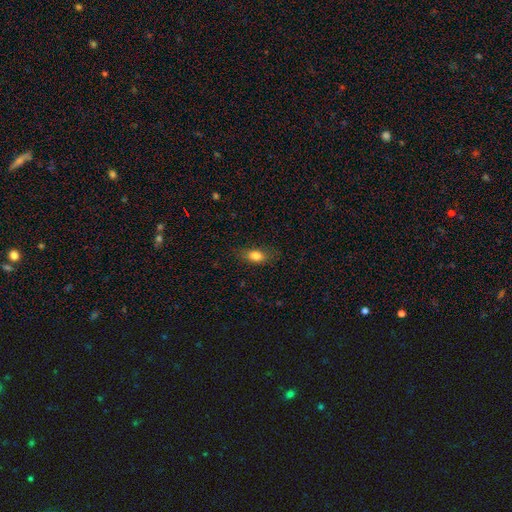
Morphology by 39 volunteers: smooth_or_featured: smooth (p=0.90) [alt: featured or disk p=0.10]
how_rounded: in between (p=0.91) [alt: round p=0.06]
merging: none (p=0.77) [alt: minor disturbance p=0.15]